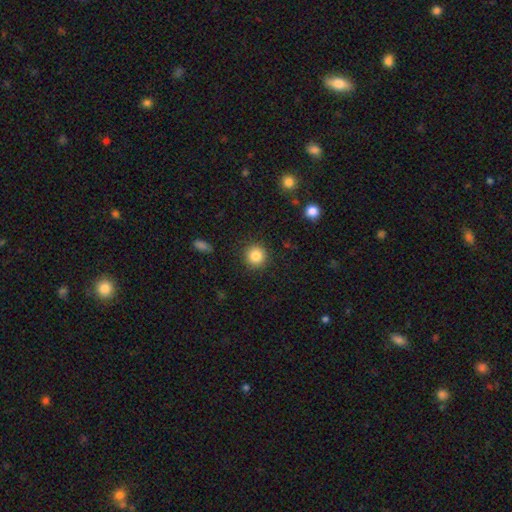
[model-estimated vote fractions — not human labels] This is clearly a smooth galaxy (85%). How rounded: clearly round (93%). Merging: clearly none (90%).